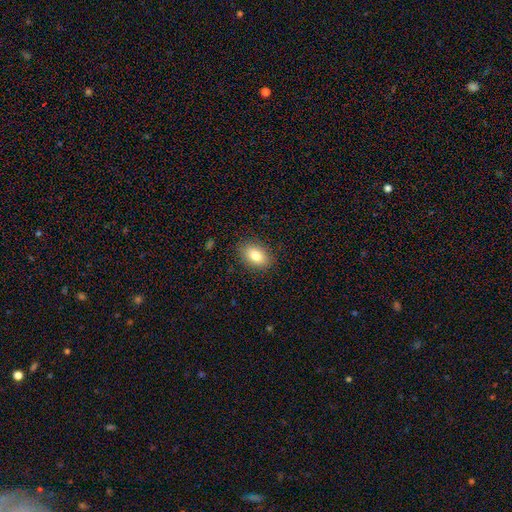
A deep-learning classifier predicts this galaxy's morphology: Smooth or featured?
  - smooth: 80% *
  - featured or disk: 11%
  - star or artifact: 9%
How rounded?
  - in between: 83% *
  - round: 15%
  - cigar-shaped: 2%
Merging?
  - none: 87% *
  - minor disturbance: 9%
  - major disturbance: 3%
  - merger: 1%